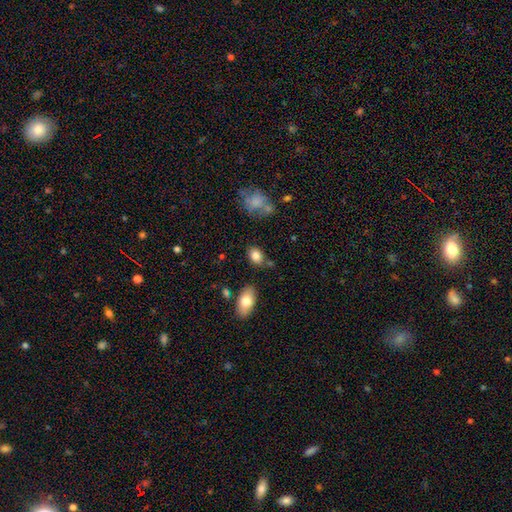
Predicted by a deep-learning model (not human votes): Smooth or featured?
  - smooth: 84% *
  - star or artifact: 8%
  - featured or disk: 8%
How rounded?
  - in between: 76% *
  - round: 22%
  - cigar-shaped: 2%
Merging?
  - none: 76% *
  - minor disturbance: 14%
  - merger: 6%
  - major disturbance: 4%